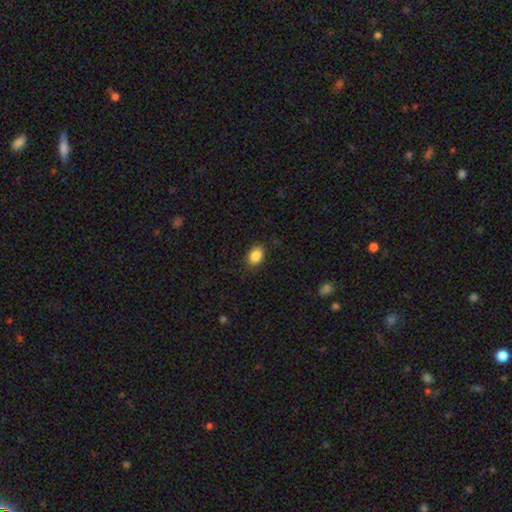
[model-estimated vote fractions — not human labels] A smooth galaxy with no disk features (87%) that is in between round and cigar-shaped (69%). Merging: none (85%).